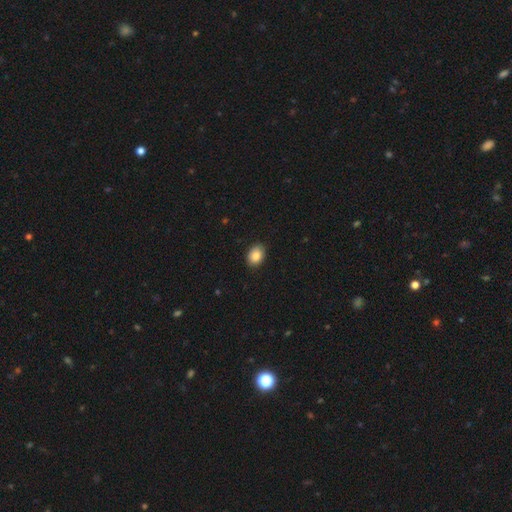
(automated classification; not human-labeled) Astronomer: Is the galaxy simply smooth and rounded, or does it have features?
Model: smooth — 86%.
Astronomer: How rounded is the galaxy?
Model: in between — 80%.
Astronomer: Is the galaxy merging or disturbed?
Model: none — 89%.